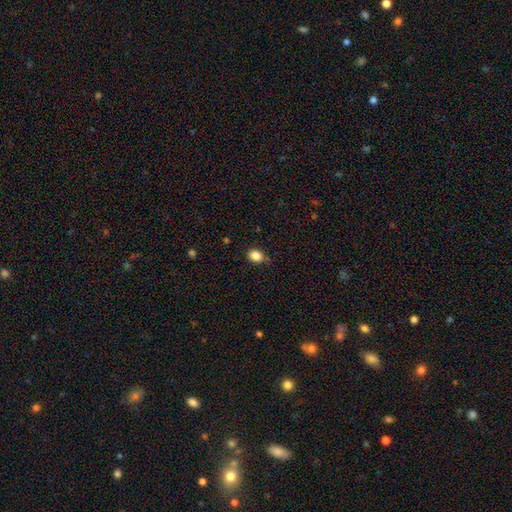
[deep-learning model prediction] A smooth galaxy with no disk features (86%) that is in between round and cigar-shaped (51%).

Vote fractions:
- Smooth or featured? smooth: 86% / star or artifact: 10% / featured or disk: 4%
- How rounded? in between: 51% / round: 48% / cigar-shaped: 1%
- Merging? none: 79% / minor disturbance: 16% / major disturbance: 3% / merger: 2%